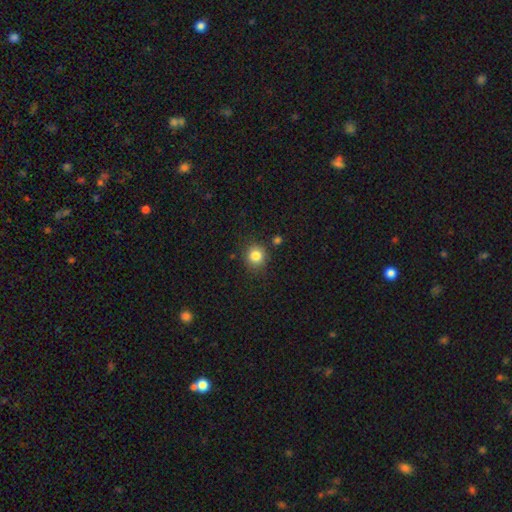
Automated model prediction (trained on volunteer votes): Smooth or featured? smooth (84%)
How rounded? round (88%)
Merging? none (83%)